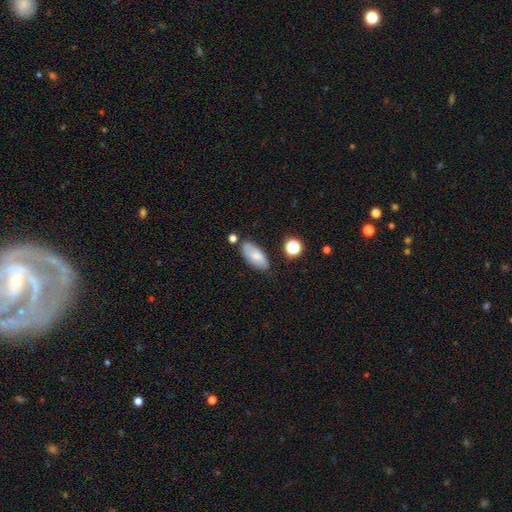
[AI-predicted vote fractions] This is likely a smooth galaxy (75%). How rounded: clearly in between (89%). Merging: likely none (72%).